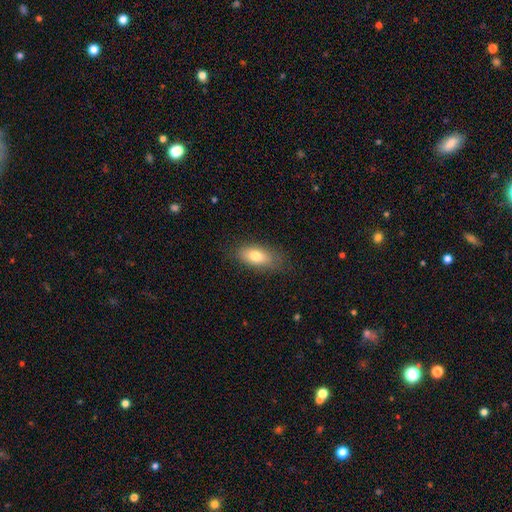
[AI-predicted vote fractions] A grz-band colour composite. It shows a smooth galaxy with no disk features (77%) that is in between round and cigar-shaped (85%). Merging: none (79%).